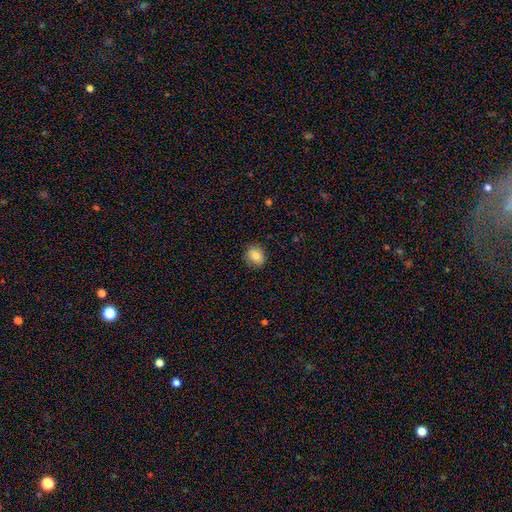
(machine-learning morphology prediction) Overall: smooth (82%). How rounded: round (61%; in between 38%). Merging: none (87%).